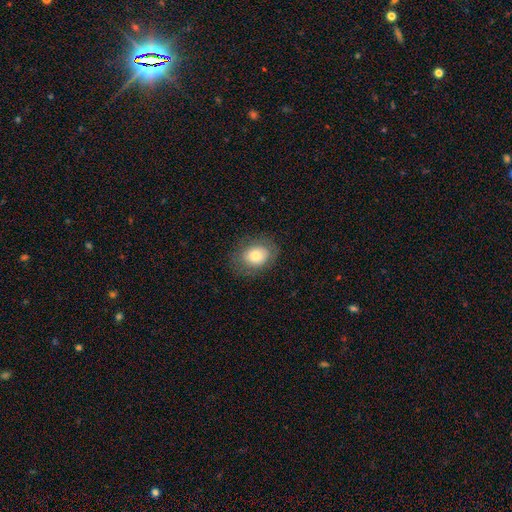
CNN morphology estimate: Q: Smooth or featured?
A: smooth (76%); runner-up: featured or disk (16%)
Q: How rounded?
A: in between (59%); runner-up: round (40%)
Q: Merging?
A: none (78%); runner-up: minor disturbance (14%)